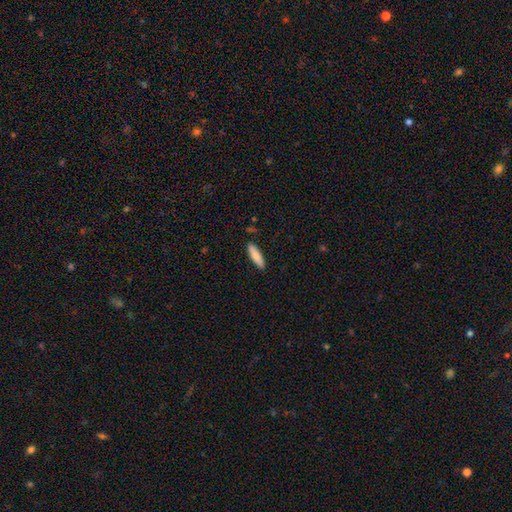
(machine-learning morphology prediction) A smooth galaxy with no disk features (81%) that is cigar-shaped (60%). Merging: none (88%).